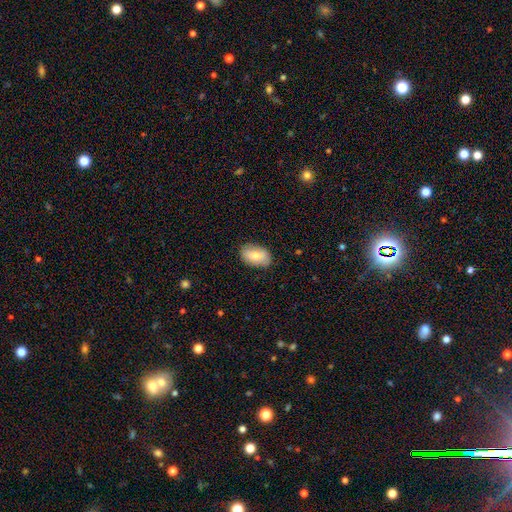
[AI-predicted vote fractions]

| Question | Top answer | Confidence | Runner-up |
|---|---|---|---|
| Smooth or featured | smooth | 73% | featured or disk (20%) |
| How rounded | in between | 91% | round (8%) |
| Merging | none | 83% | minor disturbance (13%) |